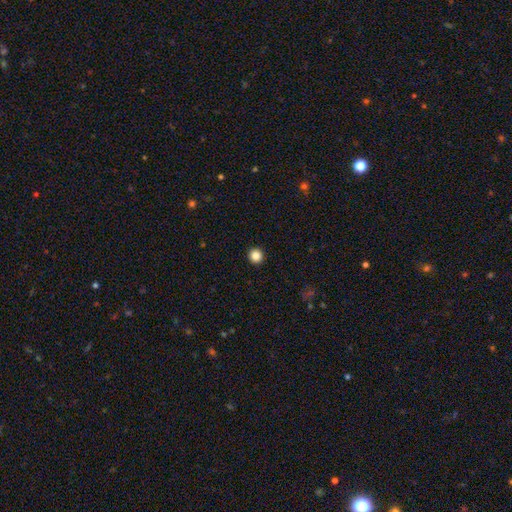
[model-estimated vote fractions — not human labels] Morphology: type=smooth (85%); roundness=round (95%); merging=none (94%).